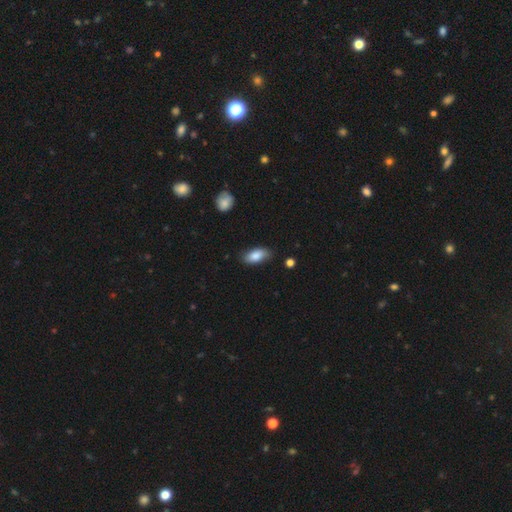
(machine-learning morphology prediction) Smooth or featured: smooth — 84% (featured or disk — 9%)
How rounded: in between — 90% (cigar-shaped — 6%)
Merging: none — 76% (minor disturbance — 19%)